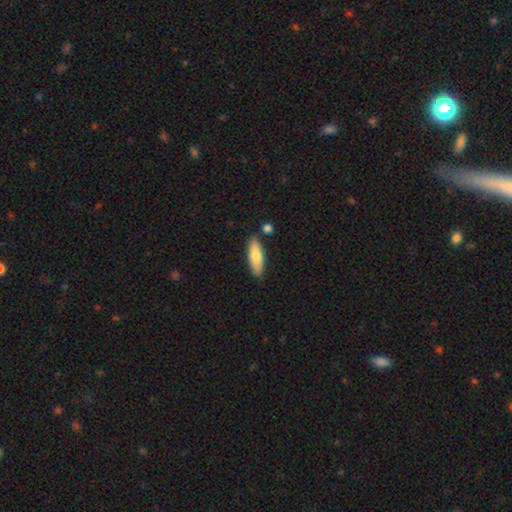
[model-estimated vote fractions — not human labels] Overall: smooth (78%). How rounded: in between (56%; cigar-shaped 42%). Merging: none (81%).